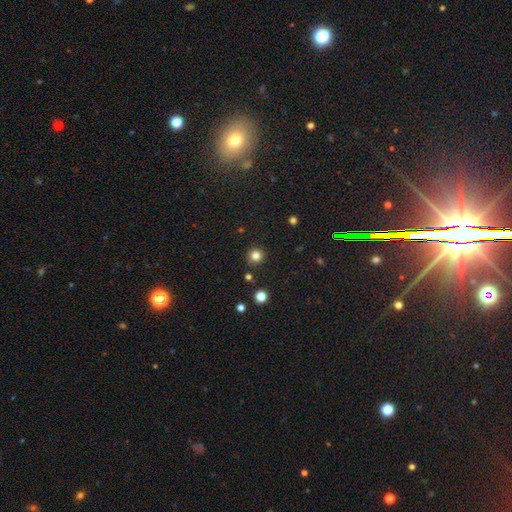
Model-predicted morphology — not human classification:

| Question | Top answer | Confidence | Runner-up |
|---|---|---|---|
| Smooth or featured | smooth | 82% | star or artifact (13%) |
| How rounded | round | 94% | in between (5%) |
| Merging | none | 89% | minor disturbance (6%) |